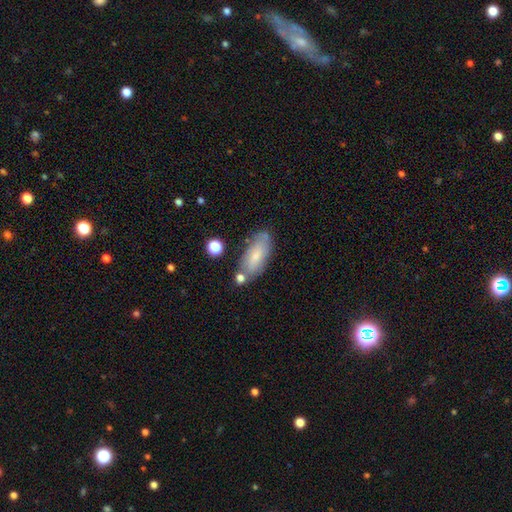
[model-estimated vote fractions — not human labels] Q: Smooth or featured?
A: smooth (65%); runner-up: featured or disk (28%)
Q: How rounded?
A: in between (80%); runner-up: cigar-shaped (17%)
Q: Merging?
A: none (66%); runner-up: minor disturbance (19%)